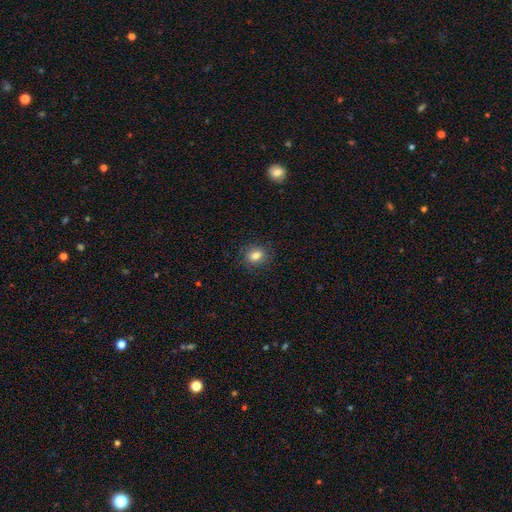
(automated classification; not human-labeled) Q: Smooth or featured?
A: smooth (81%); runner-up: star or artifact (11%)
Q: How rounded?
A: round (59%); runner-up: in between (40%)
Q: Merging?
A: none (86%); runner-up: minor disturbance (10%)